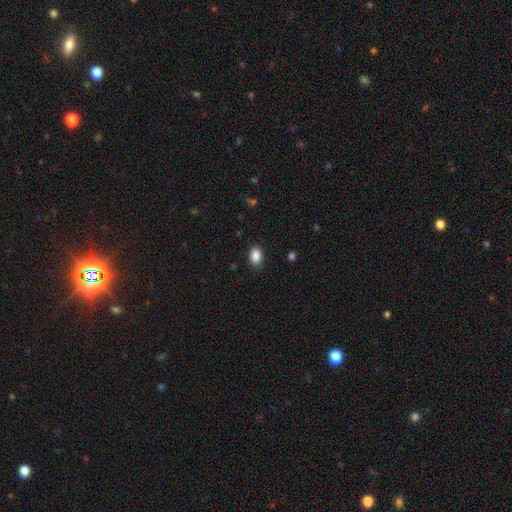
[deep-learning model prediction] This appears to be a smooth galaxy with no disk features (88%) that is in between round and cigar-shaped (85%). Merging: none (87%).